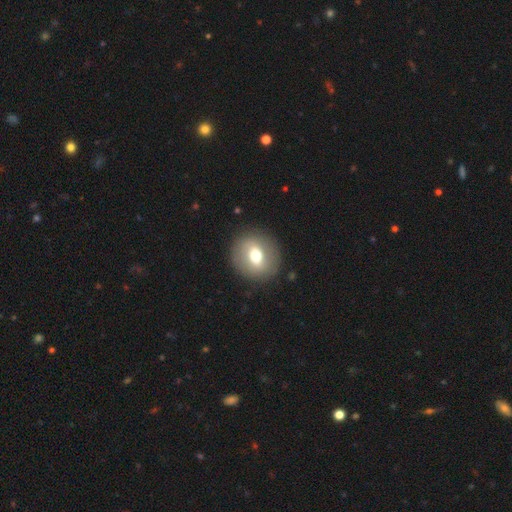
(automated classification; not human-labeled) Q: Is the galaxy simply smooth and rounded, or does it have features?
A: smooth — 58%.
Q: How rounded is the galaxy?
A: round — 81%.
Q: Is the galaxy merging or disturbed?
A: none — 88%.